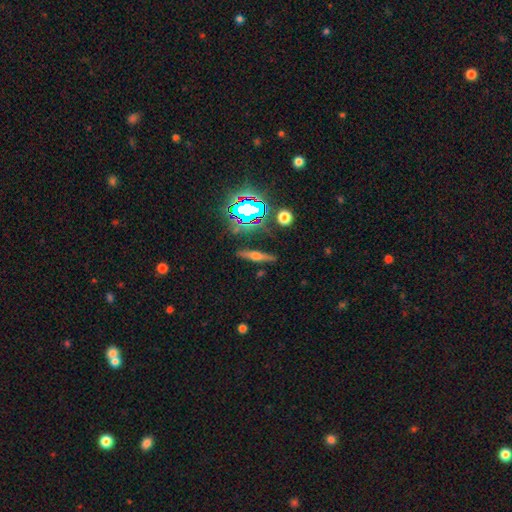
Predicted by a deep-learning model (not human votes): A featured or disk galaxy (47%). Merging: none (85%).